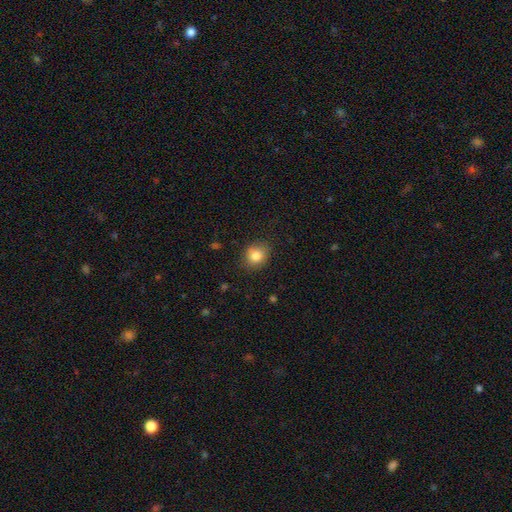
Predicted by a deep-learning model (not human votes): Smooth or featured? Predicted: smooth (p=0.83). How rounded? Predicted: round (p=0.66). Merging? Predicted: none (p=0.81).